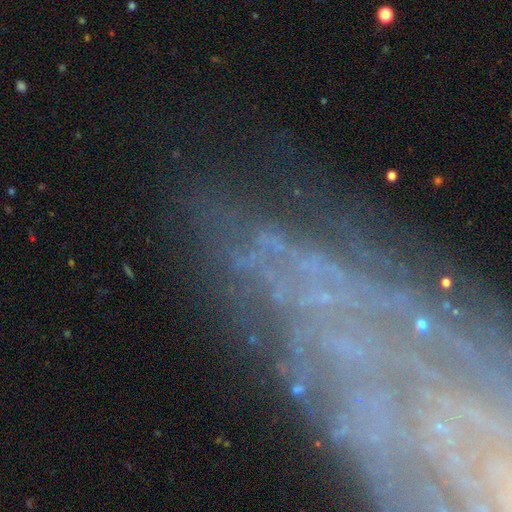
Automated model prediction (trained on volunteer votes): Q: Smooth or featured?
A: featured or disk (56%); runner-up: star or artifact (29%)
Q: Edge-on disk?
A: no (89%); runner-up: yes (11%)
Q: Bar?
A: no (70%); runner-up: weak (18%)
Q: Spiral arms?
A: yes (59%); runner-up: no (41%)
Q: Bulge size?
A: small (40%); runner-up: none (38%)
Q: Merging?
A: none (59%); runner-up: minor disturbance (18%)